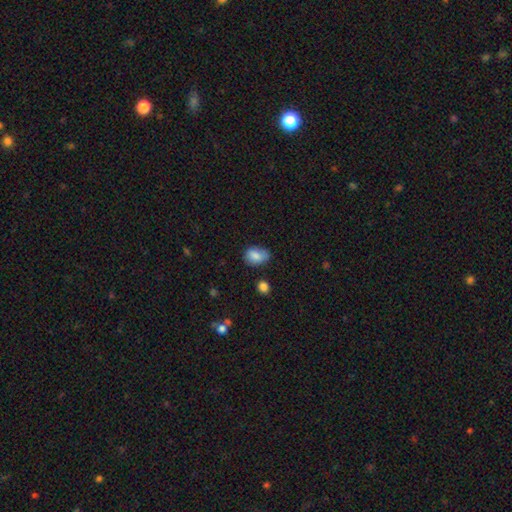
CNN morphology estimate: smooth_or_featured: smooth (p=0.81) [alt: featured or disk p=0.10]
how_rounded: in between (p=0.76) [alt: round p=0.23]
merging: none (p=0.57) [alt: minor disturbance p=0.32]